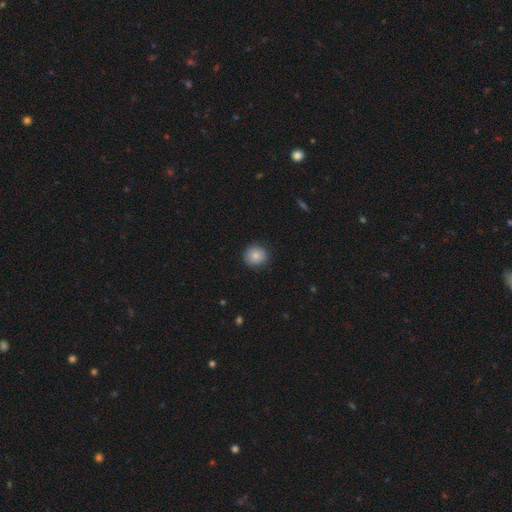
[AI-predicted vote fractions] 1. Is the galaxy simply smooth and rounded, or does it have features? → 84% smooth, 9% star or artifact, 7% featured or disk.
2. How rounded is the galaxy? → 90% round, 9% in between, 1% cigar-shaped.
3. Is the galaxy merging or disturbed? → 88% none, 9% minor disturbance, 2% major disturbance, 1% merger.